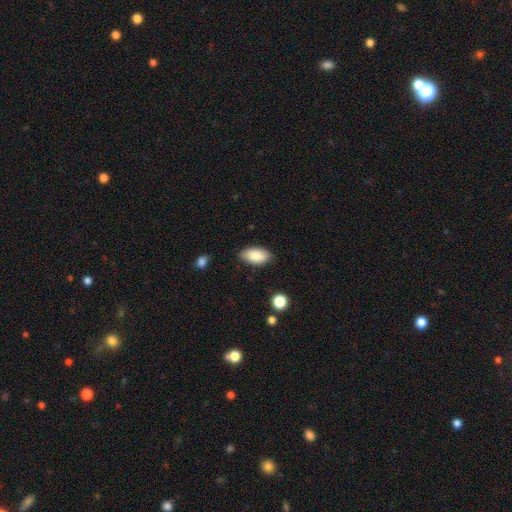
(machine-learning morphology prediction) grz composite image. It shows a smooth galaxy with no disk features (85%) that is in between round and cigar-shaped (94%). Merging: none (84%).